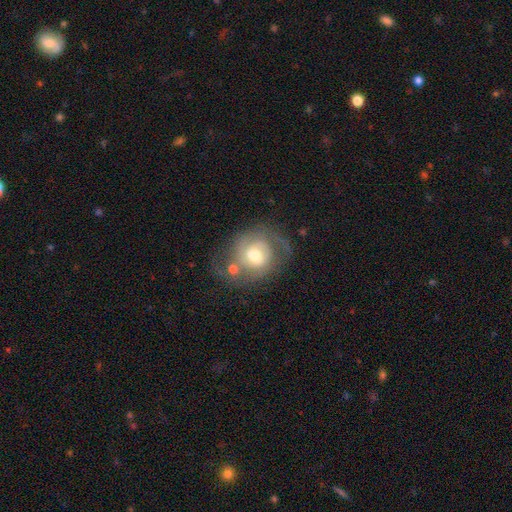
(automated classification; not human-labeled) This is likely a featured or disk galaxy (71%). It is clearly not viewed edge-on (97%). Bar: possibly no (48%). Spiral arm pattern: clearly yes (84%). Spiral arm count: likely 2 (62%). Spiral winding: marginally medium (43%). Central bulge: likely moderate (68%). Merging: possibly none (50%).